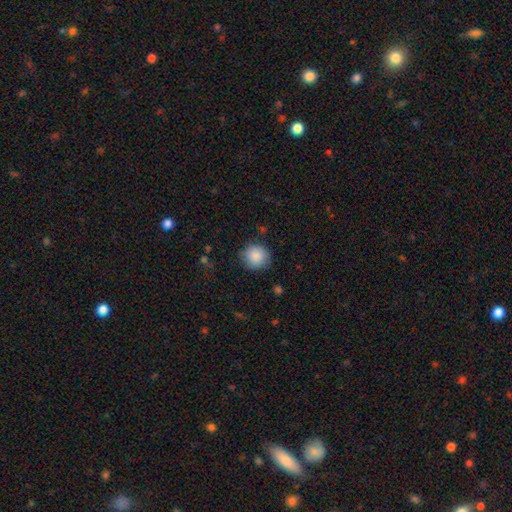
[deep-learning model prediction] This appears to be a smooth galaxy with no disk features (88%) that is round (90%). Merging: none (83%).